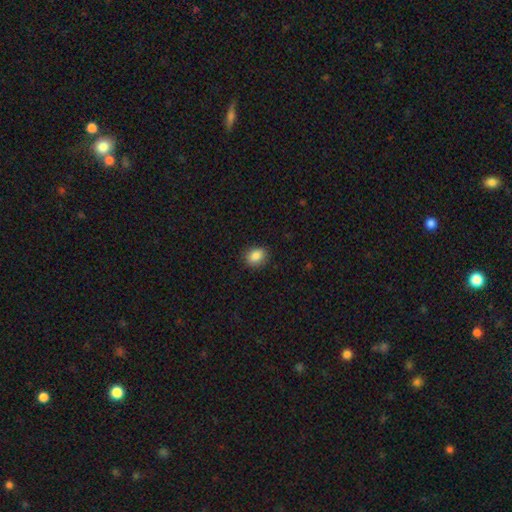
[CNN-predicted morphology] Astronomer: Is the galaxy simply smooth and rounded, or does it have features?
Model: smooth — 87%.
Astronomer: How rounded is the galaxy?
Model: in between — 53% (runner-up: round, 46%).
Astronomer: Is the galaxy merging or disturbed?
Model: none — 87%.